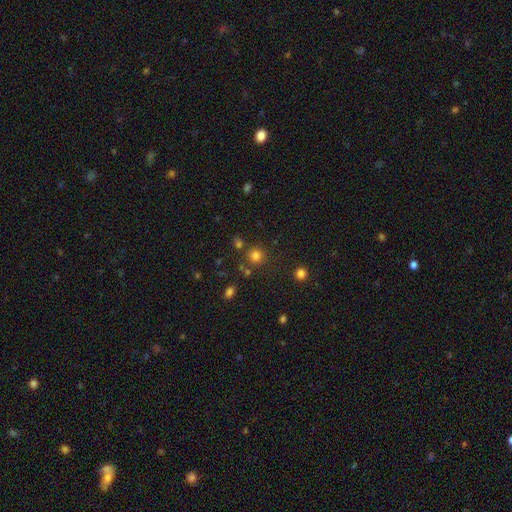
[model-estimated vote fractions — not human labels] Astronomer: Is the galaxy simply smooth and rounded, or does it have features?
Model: smooth — 78%.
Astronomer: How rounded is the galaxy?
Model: round — 90%.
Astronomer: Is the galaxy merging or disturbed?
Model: none — 78%.